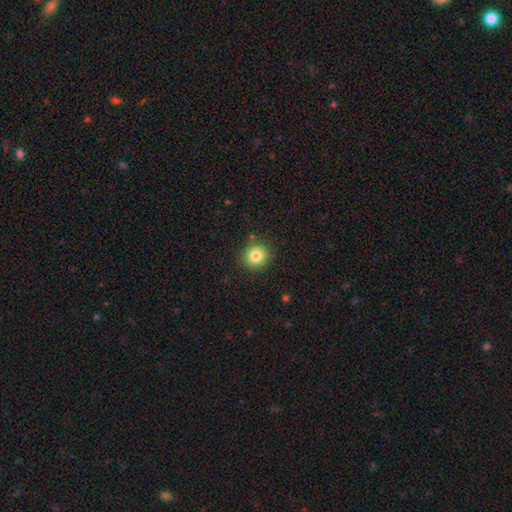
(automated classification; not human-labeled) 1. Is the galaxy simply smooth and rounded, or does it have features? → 82% smooth, 12% star or artifact, 6% featured or disk.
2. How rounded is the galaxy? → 92% round, 7% in between, 1% cigar-shaped.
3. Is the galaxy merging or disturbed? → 89% none, 7% minor disturbance, 2% major disturbance, 2% merger.